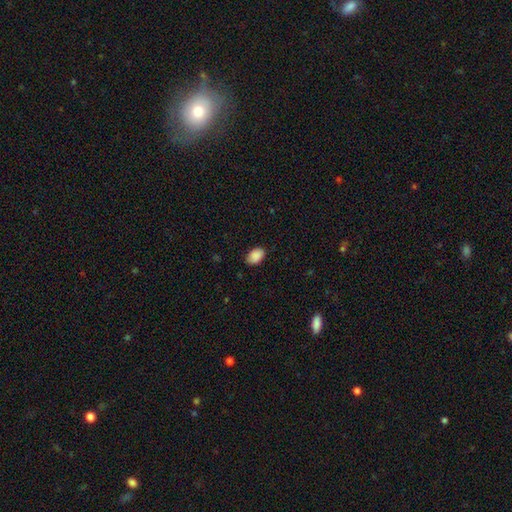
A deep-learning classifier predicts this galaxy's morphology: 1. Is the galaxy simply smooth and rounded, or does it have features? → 90% smooth, 7% star or artifact, 3% featured or disk.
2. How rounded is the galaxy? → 86% in between, 13% round, 1% cigar-shaped.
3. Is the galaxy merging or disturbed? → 85% none, 11% minor disturbance, 2% major disturbance, 1% merger.